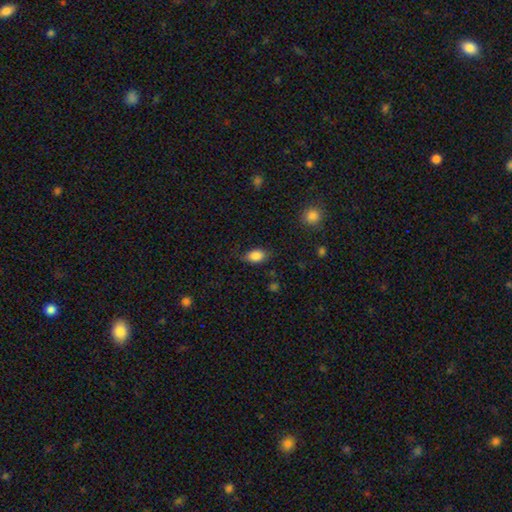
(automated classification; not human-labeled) smooth-or-featured: smooth: 85% | star or artifact: 8% | featured or disk: 6%
  how-rounded: in between: 87% | round: 11% | cigar-shaped: 3%
  merging: none: 70% | minor disturbance: 22% | major disturbance: 6% | merger: 1%